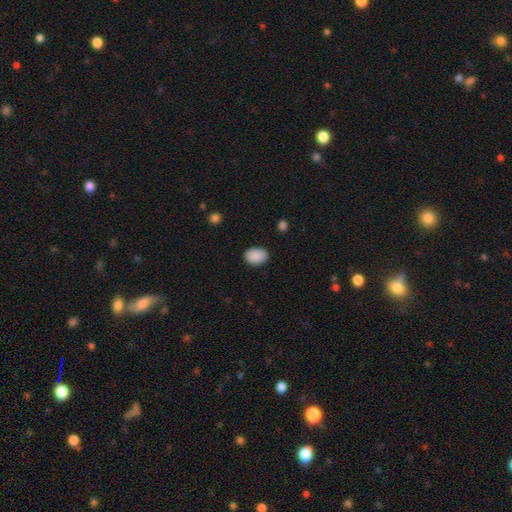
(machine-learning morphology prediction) Smooth or featured: smooth — 90% (star or artifact — 7%)
How rounded: in between — 78% (round — 21%)
Merging: none — 86% (minor disturbance — 11%)